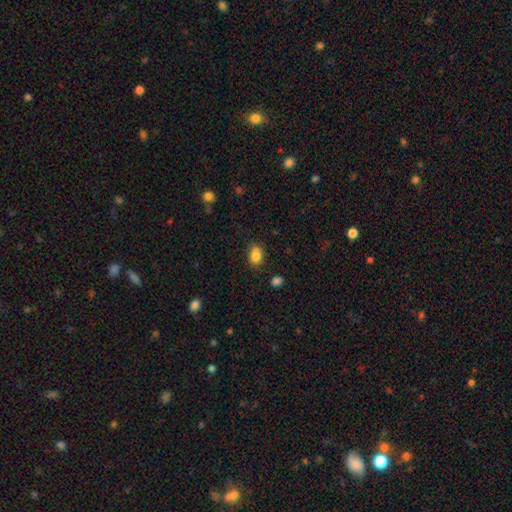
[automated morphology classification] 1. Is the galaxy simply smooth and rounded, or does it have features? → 83% smooth, 10% star or artifact, 7% featured or disk.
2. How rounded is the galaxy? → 70% in between, 28% round, 1% cigar-shaped.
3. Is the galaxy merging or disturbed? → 65% none, 22% minor disturbance, 9% merger, 4% major disturbance.